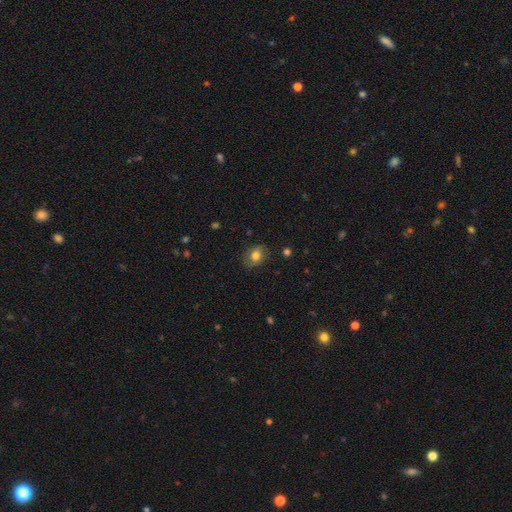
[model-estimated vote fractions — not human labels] Smooth or featured: smooth — 78% (featured or disk — 13%)
How rounded: in between — 60% (round — 39%)
Merging: none — 80% (minor disturbance — 15%)